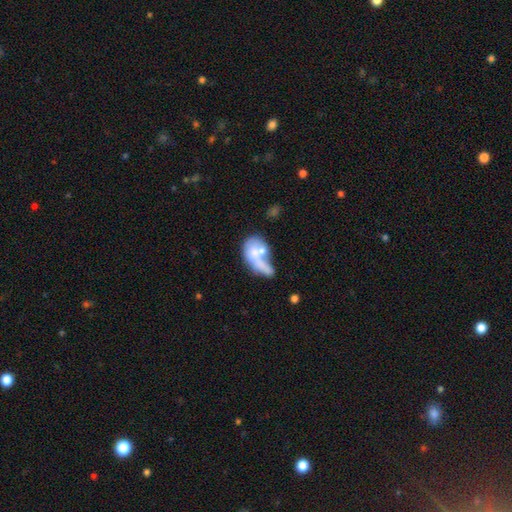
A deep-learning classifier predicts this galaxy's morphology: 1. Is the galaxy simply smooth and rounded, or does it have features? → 54% smooth, 38% featured or disk, 9% star or artifact.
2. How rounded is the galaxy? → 77% in between, 17% round, 6% cigar-shaped.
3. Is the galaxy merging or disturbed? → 52% merger, 20% major disturbance, 16% none, 12% minor disturbance.